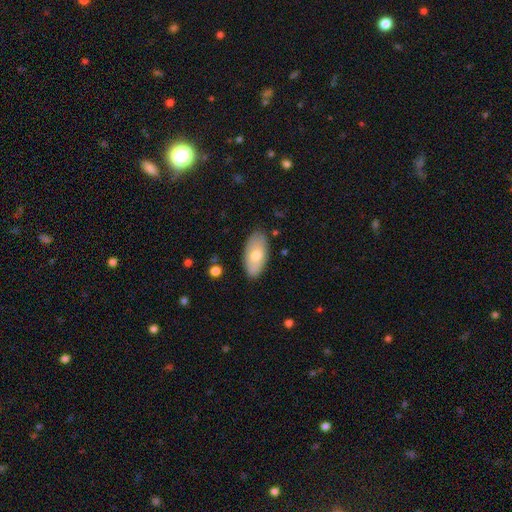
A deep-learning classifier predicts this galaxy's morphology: This is likely a smooth galaxy (69%). How rounded: clearly in between (93%). Merging: clearly none (83%).